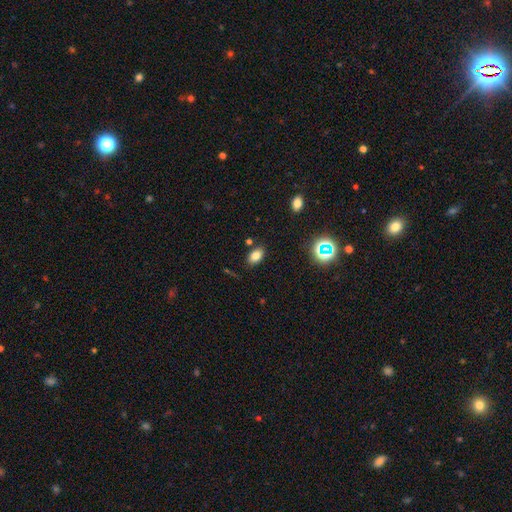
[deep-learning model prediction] smooth 79%, star or artifact 14%, featured or disk 8%. Down the decision tree: how rounded — in between (88%); merging — none (82%).